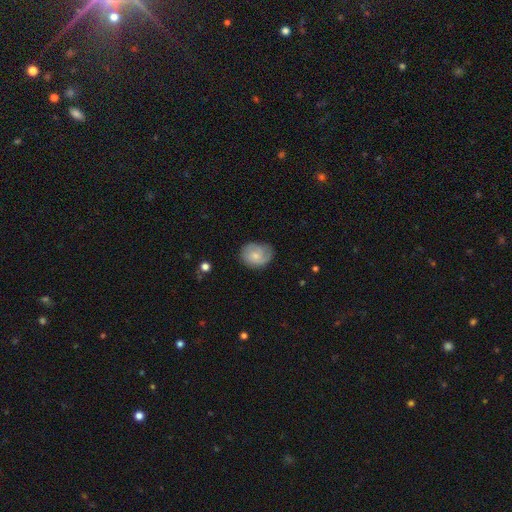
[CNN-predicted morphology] smooth-or-featured: smooth: 50% | featured or disk: 43% | star or artifact: 7%
  merging: none: 66% | minor disturbance: 25% | major disturbance: 8% | merger: 1%